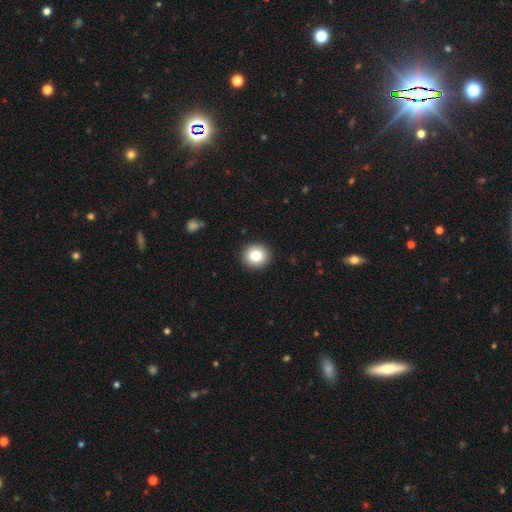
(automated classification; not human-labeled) Smooth or featured?
  - smooth: 81% *
  - star or artifact: 10%
  - featured or disk: 9%
How rounded?
  - round: 89% *
  - in between: 10%
  - cigar-shaped: 1%
Merging?
  - none: 92% *
  - minor disturbance: 6%
  - major disturbance: 2%
  - merger: 1%